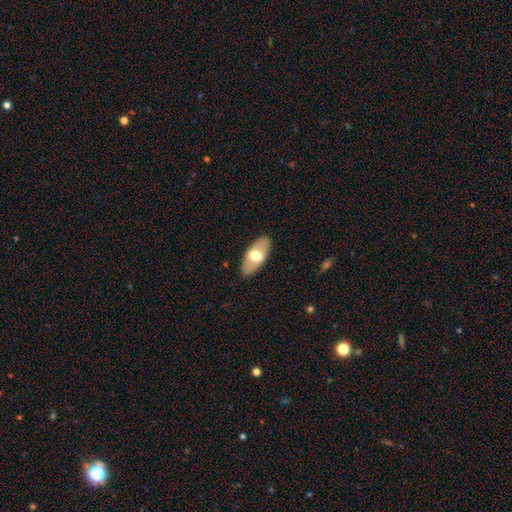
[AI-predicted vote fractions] This is likely a smooth galaxy (60%). How rounded: clearly in between (89%). Merging: clearly none (88%).